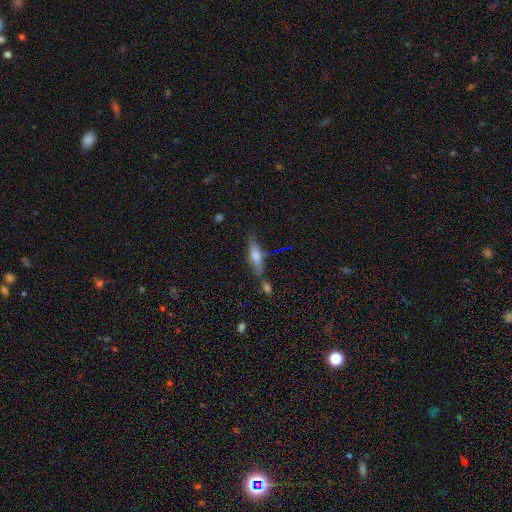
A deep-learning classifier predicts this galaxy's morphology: Smooth or featured: featured or disk — 52% (smooth — 37%)
Edge-on disk: yes — 91% (no — 9%)
Merging: none — 68% (minor disturbance — 15%)